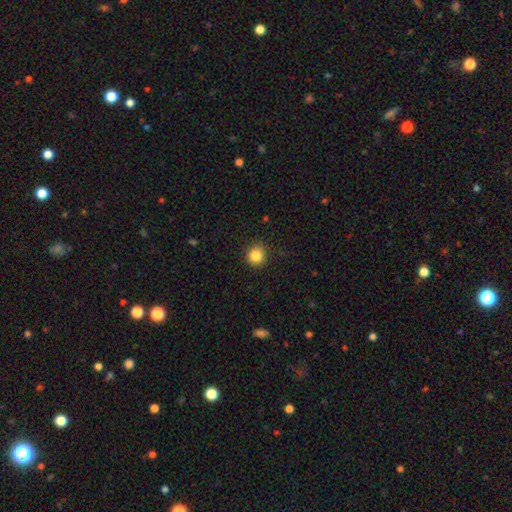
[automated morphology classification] Q: Smooth or featured?
A: smooth (85%); runner-up: star or artifact (10%)
Q: How rounded?
A: round (91%); runner-up: in between (8%)
Q: Merging?
A: none (90%); runner-up: minor disturbance (7%)